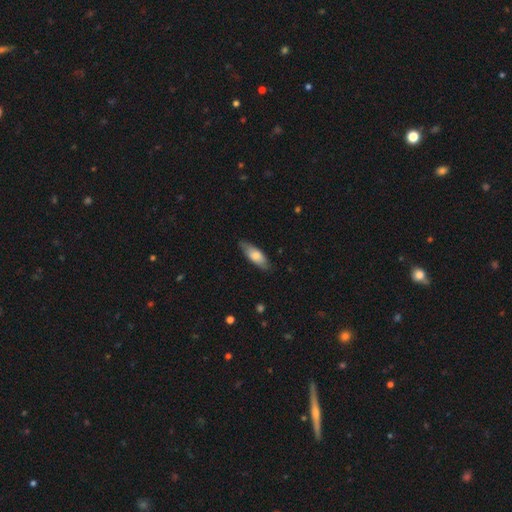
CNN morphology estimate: smooth 65%, featured or disk 29%, star or artifact 6%. Down the decision tree: how rounded — in between (67%); merging — none (79%).